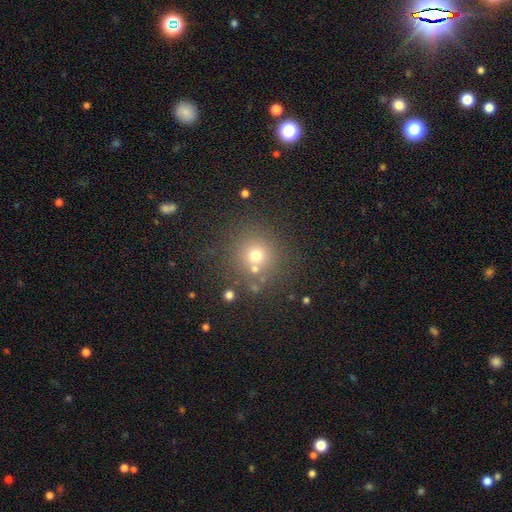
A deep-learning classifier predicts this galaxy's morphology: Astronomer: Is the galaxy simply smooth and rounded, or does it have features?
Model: smooth — 69%.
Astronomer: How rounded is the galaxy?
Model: round — 92%.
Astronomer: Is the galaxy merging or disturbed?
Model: none — 74%.